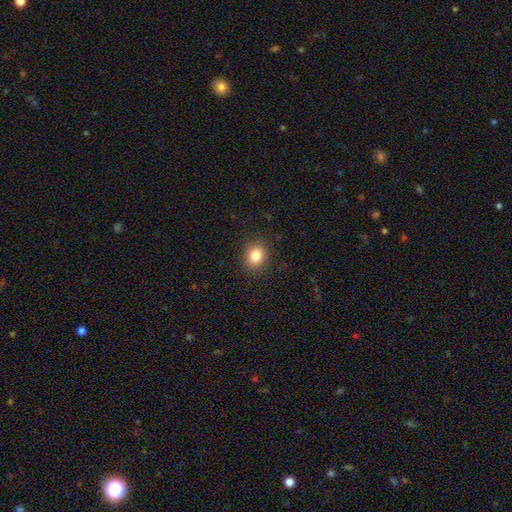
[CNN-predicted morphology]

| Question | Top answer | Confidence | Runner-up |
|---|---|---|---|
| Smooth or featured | smooth | 83% | star or artifact (11%) |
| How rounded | round | 73% | in between (27%) |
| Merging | none | 90% | minor disturbance (7%) |